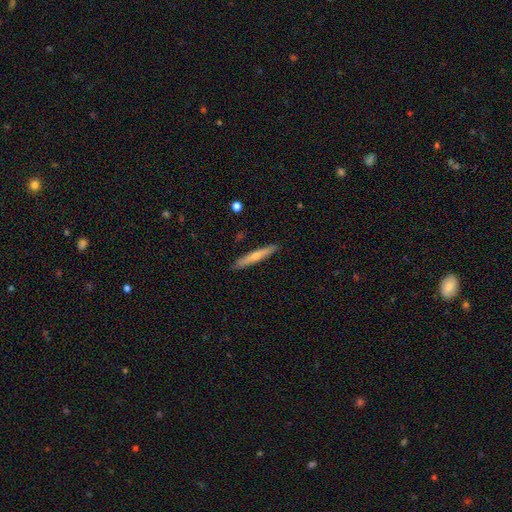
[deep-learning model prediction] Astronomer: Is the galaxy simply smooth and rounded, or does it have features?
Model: featured or disk — 48% (runner-up: smooth, 46%).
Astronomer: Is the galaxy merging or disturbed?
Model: none — 91%.